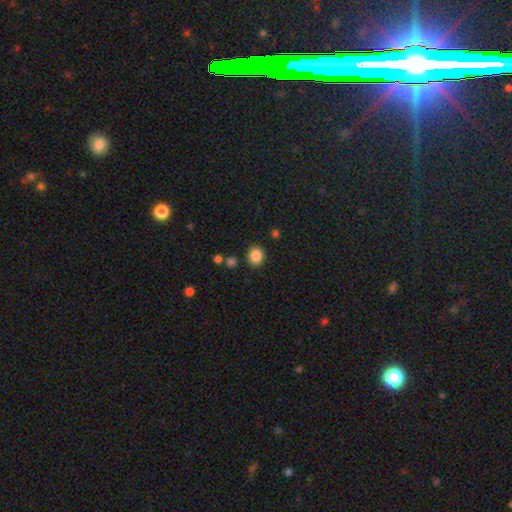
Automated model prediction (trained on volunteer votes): The model was most divided on "how rounded": round: 71%, in between: 28%, cigar-shaped: 1%. More confident: smooth or featured — smooth (86%); merging — none (86%).